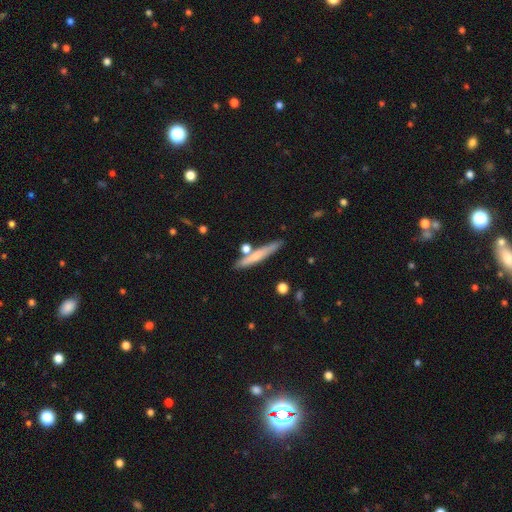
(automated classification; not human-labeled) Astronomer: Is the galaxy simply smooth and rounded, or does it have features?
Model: smooth — 59% (runner-up: featured or disk, 35%).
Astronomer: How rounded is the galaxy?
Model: cigar-shaped — 93%.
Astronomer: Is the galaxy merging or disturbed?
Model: none — 77%.